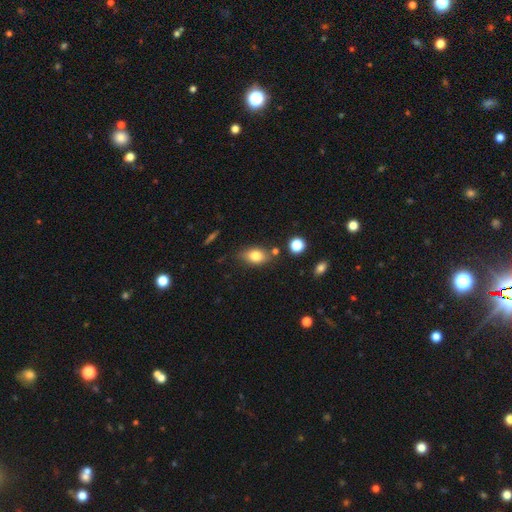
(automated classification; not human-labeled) Smooth or featured?
  - smooth: 79% *
  - featured or disk: 12%
  - star or artifact: 9%
How rounded?
  - in between: 80% *
  - round: 17%
  - cigar-shaped: 3%
Merging?
  - none: 73% *
  - minor disturbance: 16%
  - merger: 7%
  - major disturbance: 4%